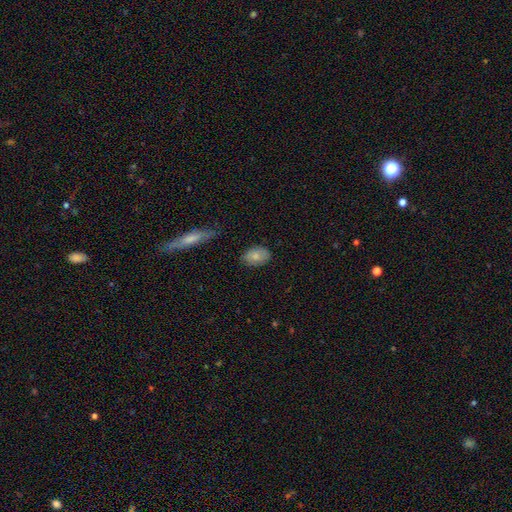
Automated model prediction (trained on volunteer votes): A smooth galaxy with no disk features (78%) that is in between round and cigar-shaped (83%).

Vote fractions:
- Smooth or featured? smooth: 78% / featured or disk: 15% / star or artifact: 7%
- How rounded? in between: 83% / round: 15% / cigar-shaped: 2%
- Merging? none: 80% / minor disturbance: 16% / major disturbance: 3% / merger: 2%